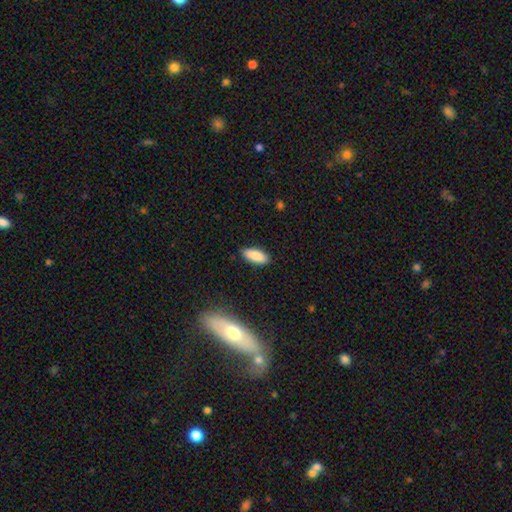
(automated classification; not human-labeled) smooth 88%, star or artifact 7%, featured or disk 5%. Down the decision tree: how rounded — in between (79%); merging — none (88%).